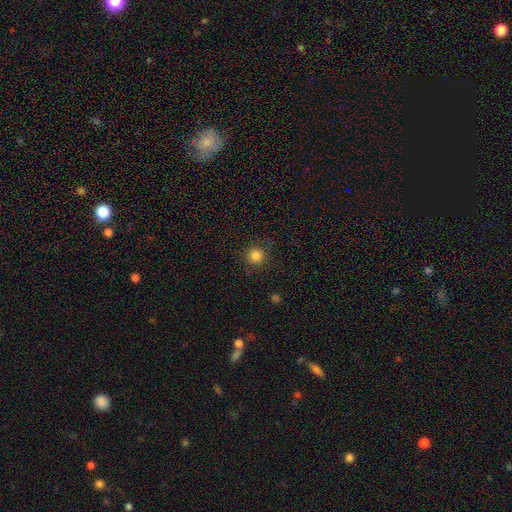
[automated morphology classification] Smooth or featured? Predicted: smooth (p=0.83). How rounded? Predicted: round (p=0.95). Merging? Predicted: none (p=0.88).